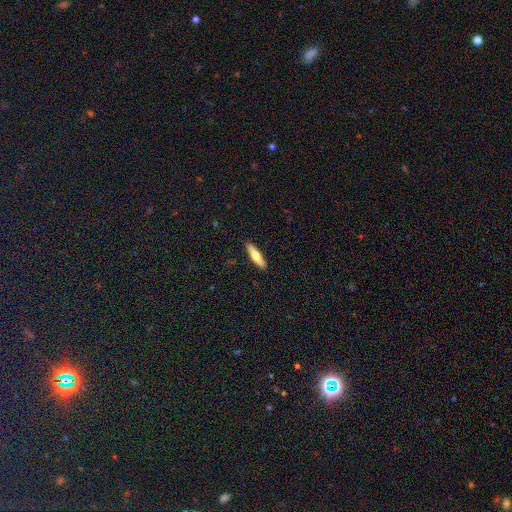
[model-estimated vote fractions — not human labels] The model was most divided on "smooth or featured": smooth: 58%, featured or disk: 36%, star or artifact: 5%. More confident: merging — none (90%); how rounded — cigar-shaped (71%).